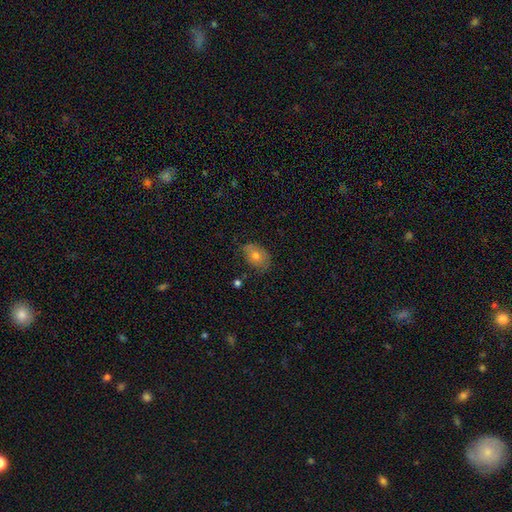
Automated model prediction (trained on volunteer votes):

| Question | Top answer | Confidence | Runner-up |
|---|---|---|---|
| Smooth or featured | smooth | 64% | featured or disk (26%) |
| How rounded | in between | 75% | round (23%) |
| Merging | none | 66% | minor disturbance (26%) |